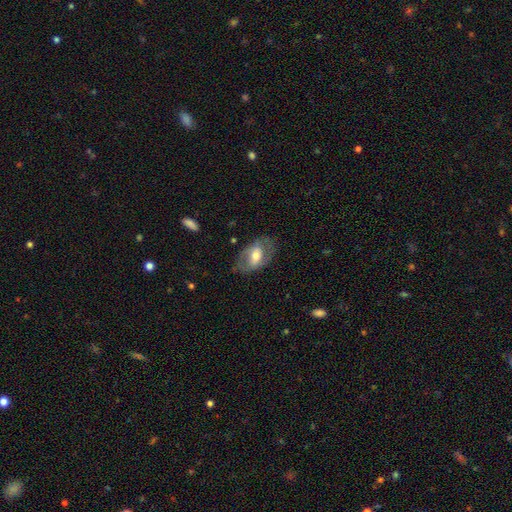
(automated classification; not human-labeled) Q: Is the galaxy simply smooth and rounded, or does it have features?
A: featured or disk — 51%.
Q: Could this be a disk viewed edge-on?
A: no — 90%.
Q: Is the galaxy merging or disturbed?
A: none — 70%.